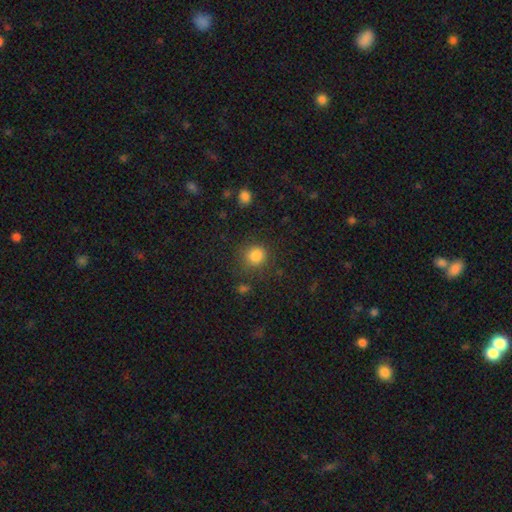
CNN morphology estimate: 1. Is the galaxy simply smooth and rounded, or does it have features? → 84% smooth, 12% star or artifact, 4% featured or disk.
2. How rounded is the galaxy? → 88% round, 12% in between, 1% cigar-shaped.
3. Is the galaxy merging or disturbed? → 81% none, 11% minor disturbance, 5% major disturbance, 3% merger.